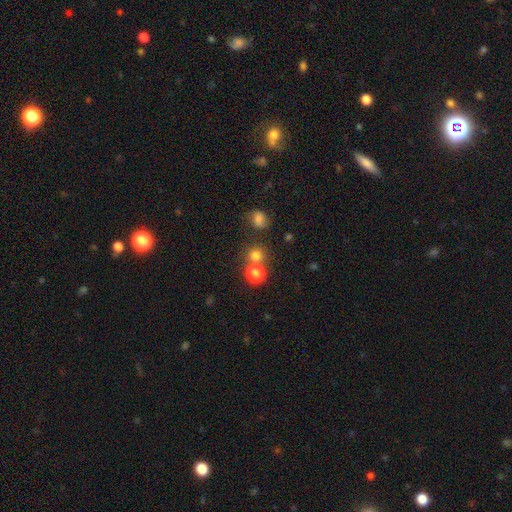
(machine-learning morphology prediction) This appears to be a smooth galaxy with no disk features (75%) that is round (87%). Merging: none (65%).